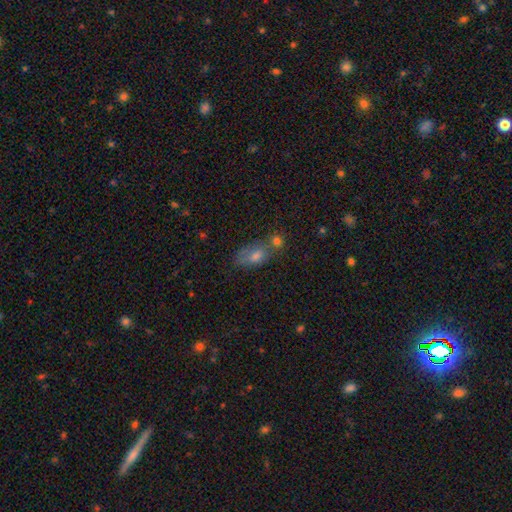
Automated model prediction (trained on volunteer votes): Q: Smooth or featured?
A: smooth (61%); runner-up: featured or disk (22%)
Q: How rounded?
A: in between (79%); runner-up: round (12%)
Q: Merging?
A: none (46%); runner-up: merger (27%)